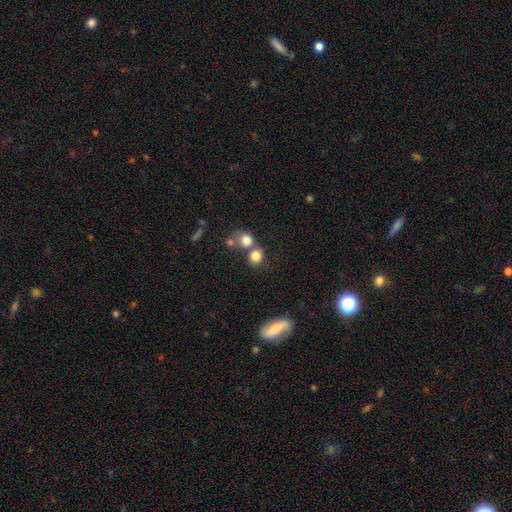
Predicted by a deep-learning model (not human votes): A smooth galaxy with no disk features (80%) that is round (77%).

Vote fractions:
- Smooth or featured? smooth: 80% / star or artifact: 12% / featured or disk: 8%
- How rounded? round: 77% / in between: 22% / cigar-shaped: 1%
- Merging? none: 51% / merger: 35% / minor disturbance: 9% / major disturbance: 5%